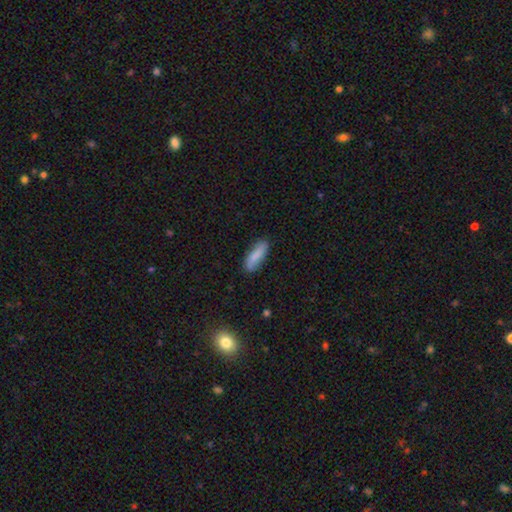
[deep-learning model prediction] Morphology: type=smooth (81%); roundness=in between (52%); merging=none (80%).